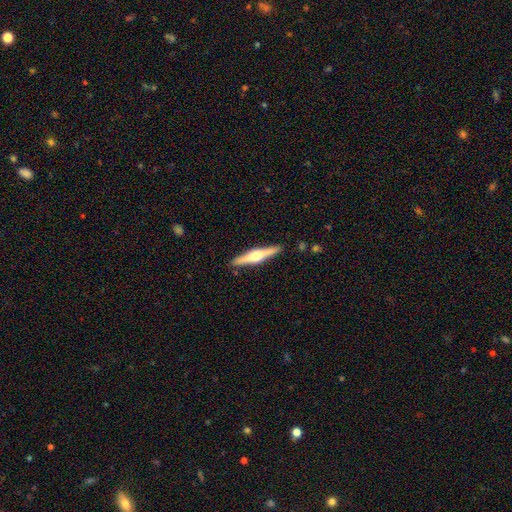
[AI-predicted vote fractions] Smooth or featured? featured or disk (71%)
Edge-on disk? yes (98%)
Edge-on bulge? rounded (92%)
Merging? none (91%)